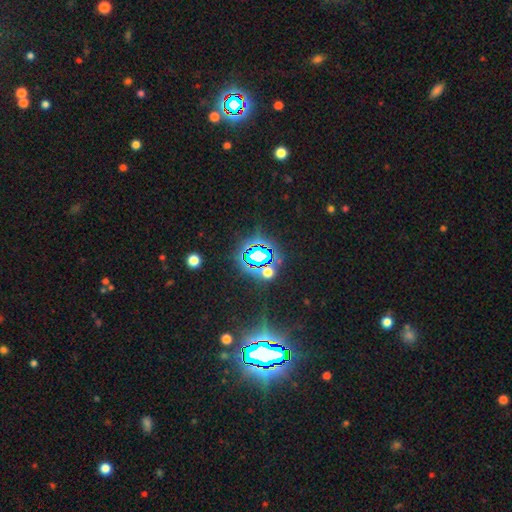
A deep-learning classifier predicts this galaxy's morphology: This appears to be a star or artifact, not a galaxy (75%).